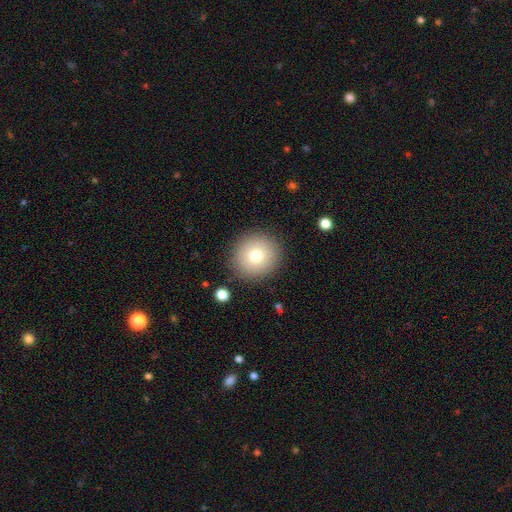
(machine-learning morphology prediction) Smooth or featured? Predicted: smooth (p=0.76). How rounded? Predicted: round (p=0.93). Merging? Predicted: none (p=0.88).